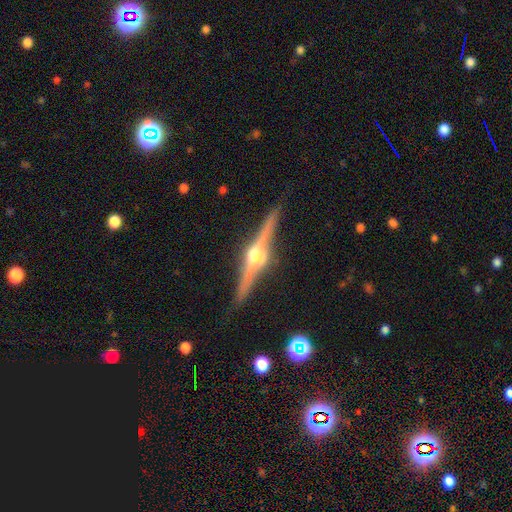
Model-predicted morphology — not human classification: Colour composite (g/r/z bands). It shows a featured or disk galaxy (86%) viewed edge-on (98%) with a rounded central bulge (95%). Merging: none (89%).